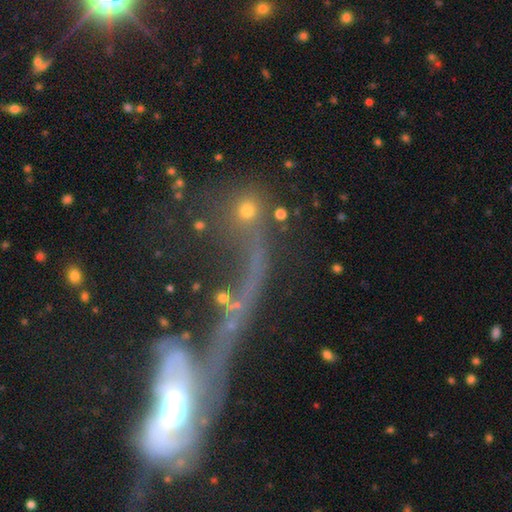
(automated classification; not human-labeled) The model was most divided on "smooth or featured": featured or disk: 40%, smooth: 37%, star or artifact: 23%. Remaining: merging — merger (36%).